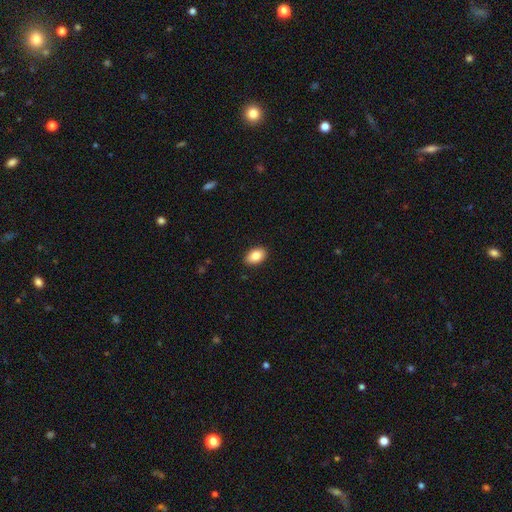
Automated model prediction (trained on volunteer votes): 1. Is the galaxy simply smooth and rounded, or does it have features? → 85% smooth, 8% featured or disk, 7% star or artifact.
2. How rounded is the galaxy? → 89% in between, 10% round, 1% cigar-shaped.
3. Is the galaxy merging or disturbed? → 88% none, 9% minor disturbance, 2% major disturbance, 1% merger.